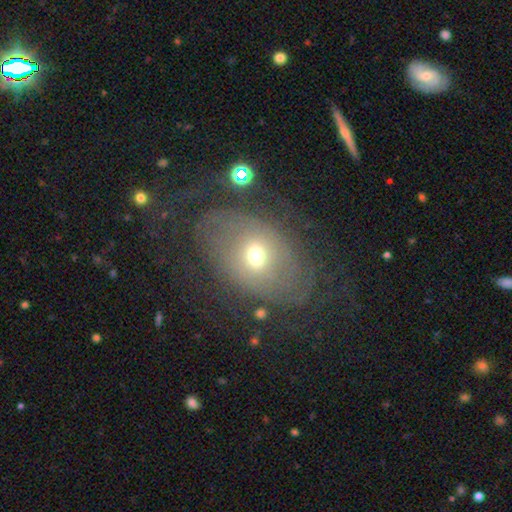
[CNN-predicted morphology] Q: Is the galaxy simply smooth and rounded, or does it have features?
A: featured or disk — 55%.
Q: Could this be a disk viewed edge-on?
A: no — 93%.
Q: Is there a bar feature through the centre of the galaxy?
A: no — 62%.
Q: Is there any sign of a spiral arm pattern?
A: yes — 56%.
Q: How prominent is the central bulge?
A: moderate — 55%.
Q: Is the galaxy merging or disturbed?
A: none — 55%.